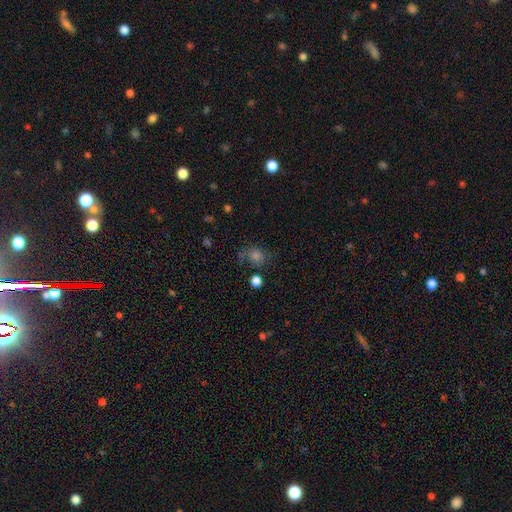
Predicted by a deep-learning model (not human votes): Smooth or featured? smooth (51%)
How rounded? round (71%)
Merging? none (59%)